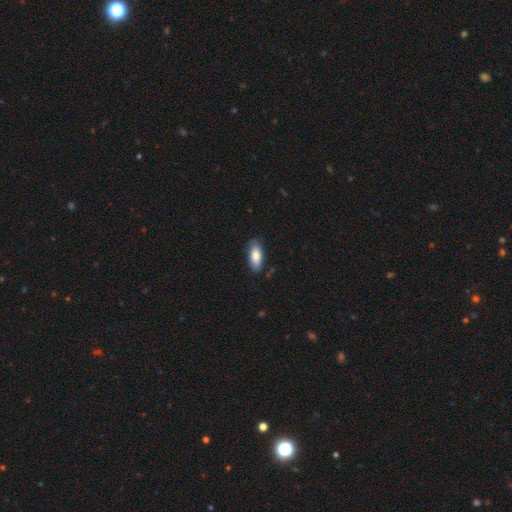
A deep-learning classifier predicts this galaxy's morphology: A smooth galaxy with no disk features (82%) that is in between round and cigar-shaped (85%).

Vote fractions:
- Smooth or featured? smooth: 82% / featured or disk: 12% / star or artifact: 6%
- How rounded? in between: 85% / cigar-shaped: 13% / round: 2%
- Merging? none: 80% / minor disturbance: 16% / major disturbance: 3% / merger: 1%